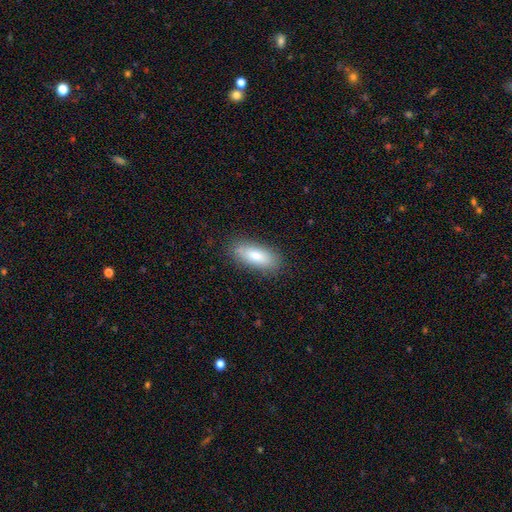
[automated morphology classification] smooth 82%, featured or disk 12%, star or artifact 6%. Down the decision tree: how rounded — in between (80%); merging — none (81%).